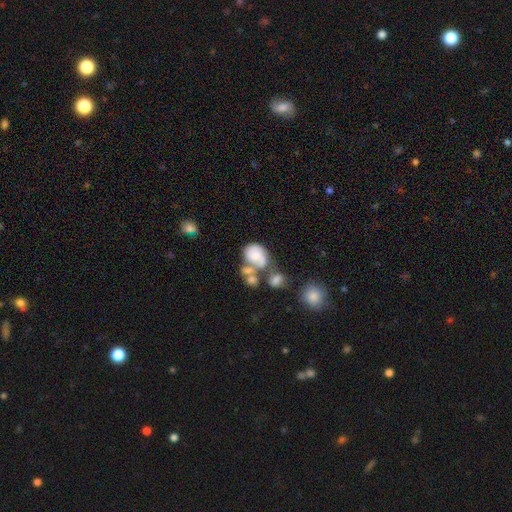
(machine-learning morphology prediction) A smooth galaxy with no disk features (48%). Merging: merger (45%).